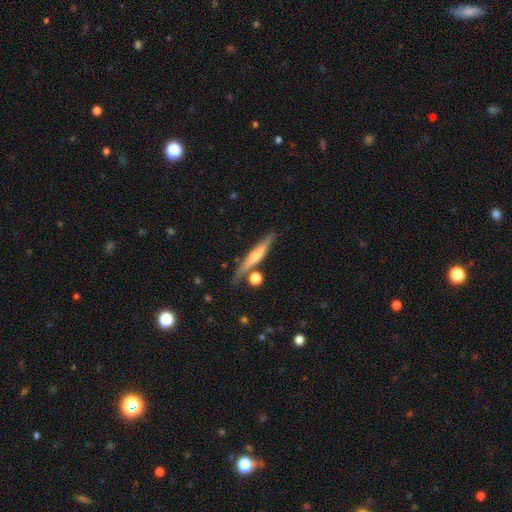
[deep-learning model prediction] This is likely a featured or disk galaxy (61%). It is clearly viewed edge-on (94%). Edge-on bulge: likely rounded (77%). Merging: likely none (78%).